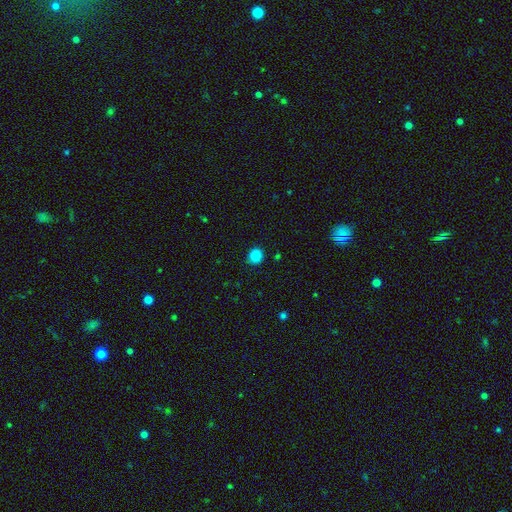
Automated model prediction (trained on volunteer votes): smooth 86%, star or artifact 11%, featured or disk 3%. Down the decision tree: how rounded — round (84%); merging — none (89%).